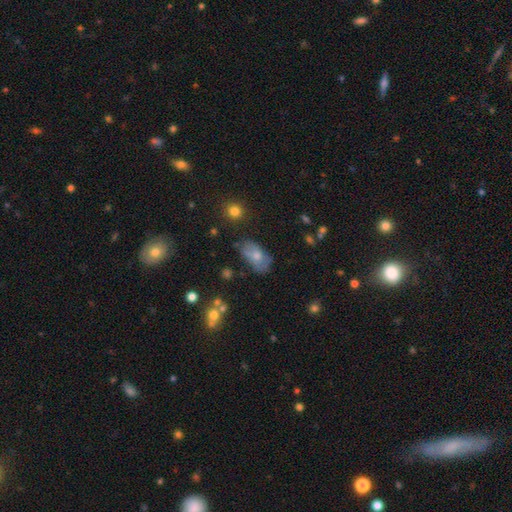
Morphology: type=smooth (64%); roundness=in between (96%); merging=none (53%).